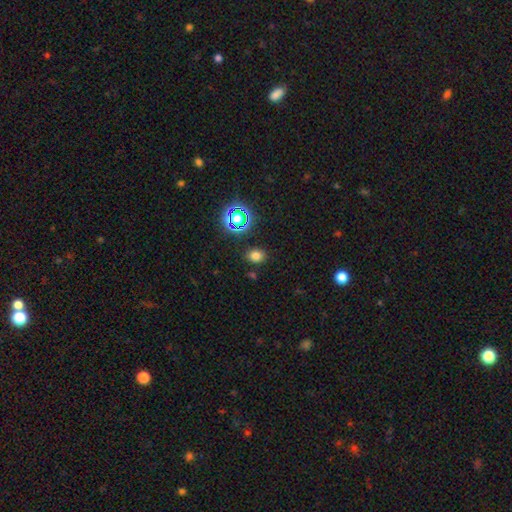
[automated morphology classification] Smooth or featured: smooth — 72% (star or artifact — 22%)
How rounded: in between — 59% (round — 40%)
Merging: none — 84% (minor disturbance — 10%)